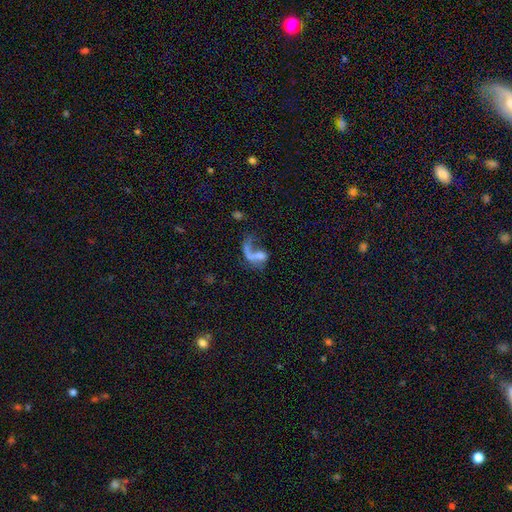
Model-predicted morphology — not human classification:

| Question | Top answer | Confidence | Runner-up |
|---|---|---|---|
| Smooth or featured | featured or disk | 56% | smooth (33%) |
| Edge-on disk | no | 95% | yes (5%) |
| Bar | no | 68% | weak (22%) |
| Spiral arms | yes | 59% | no (41%) |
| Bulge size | none | 38% | small (26%) |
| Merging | major disturbance | 49% | none (23%) |